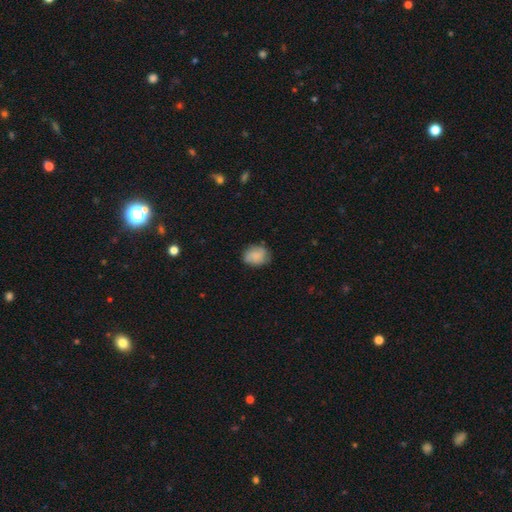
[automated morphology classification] smooth-or-featured: smooth: 77% | featured or disk: 15% | star or artifact: 8%
  how-rounded: round: 51% | in between: 48% | cigar-shaped: 1%
  merging: none: 72% | minor disturbance: 21% | major disturbance: 5% | merger: 1%